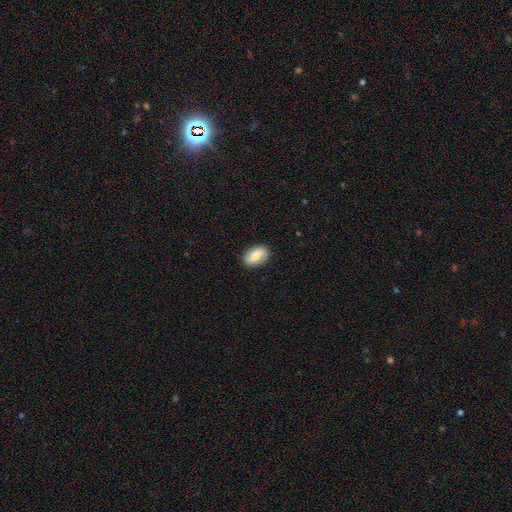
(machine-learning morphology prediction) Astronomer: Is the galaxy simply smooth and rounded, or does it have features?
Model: smooth — 64%.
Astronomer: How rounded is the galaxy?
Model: in between — 88%.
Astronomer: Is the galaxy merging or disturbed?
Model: none — 87%.